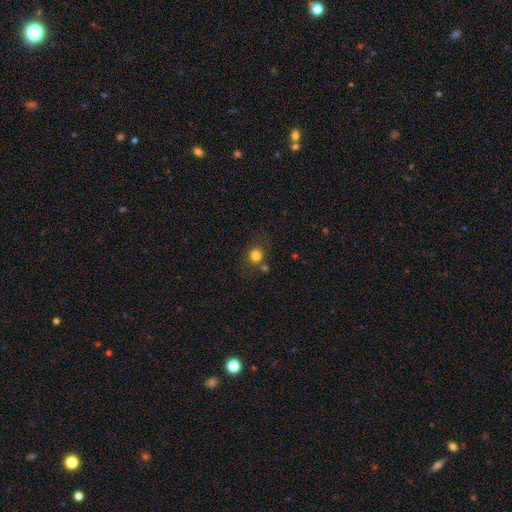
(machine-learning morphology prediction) type=smooth (77%); roundness=round (86%); merging=none (65%).